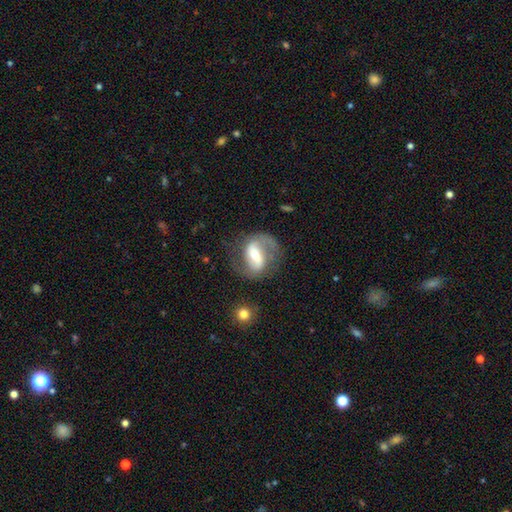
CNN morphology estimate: The model was most divided on "bar": strong: 49%, weak: 38%, no: 14%. Remaining: edge-on disk — no (96%); spiral arms — yes (92%); spiral arm count — 2 (84%); smooth or featured — featured or disk (80%); merging — none (67%); bulge size — moderate (55%); spiral winding — medium (49%).